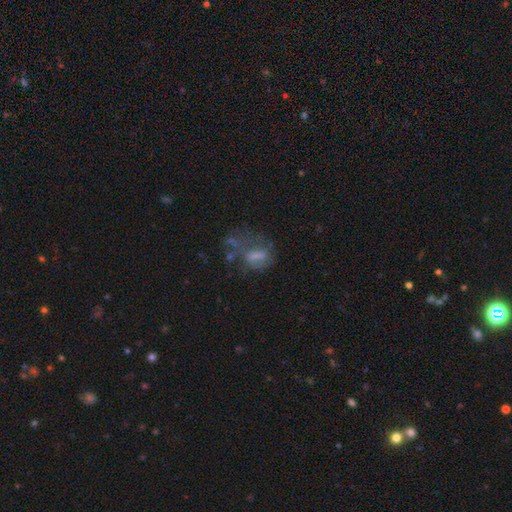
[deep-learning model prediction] A smooth galaxy with no disk features (44%).

Vote fractions:
- Smooth or featured? smooth: 44% / featured or disk: 40% / star or artifact: 16%
- Merging? major disturbance: 37% / none: 32% / minor disturbance: 20% / merger: 11%